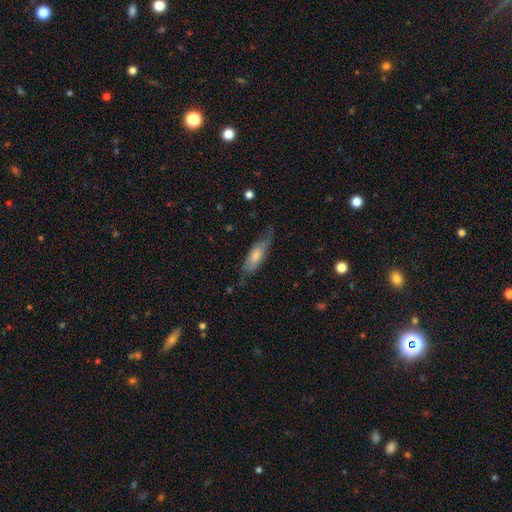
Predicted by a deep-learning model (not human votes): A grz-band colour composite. It shows a smooth galaxy with no disk features (57%) that is in between round and cigar-shaped (58%). Merging: none (53%).